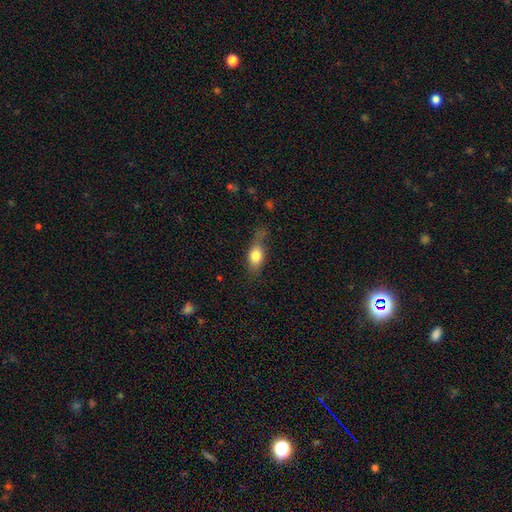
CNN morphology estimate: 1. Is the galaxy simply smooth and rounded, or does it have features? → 76% smooth, 16% featured or disk, 8% star or artifact.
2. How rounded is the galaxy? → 75% in between, 14% round, 11% cigar-shaped.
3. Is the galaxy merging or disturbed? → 49% none, 29% minor disturbance, 18% major disturbance, 4% merger.